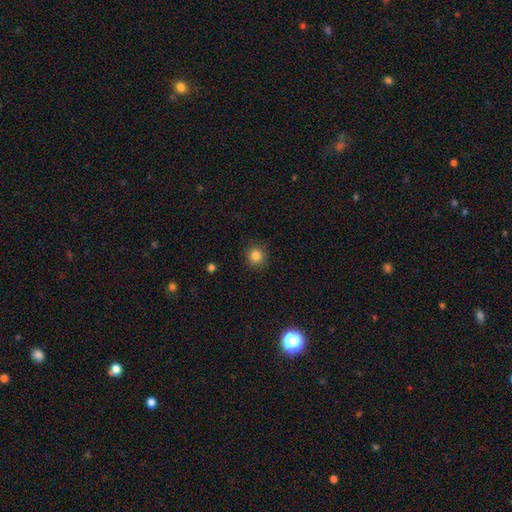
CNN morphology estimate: A smooth galaxy with no disk features (83%) that is round (92%). Merging: none (90%).